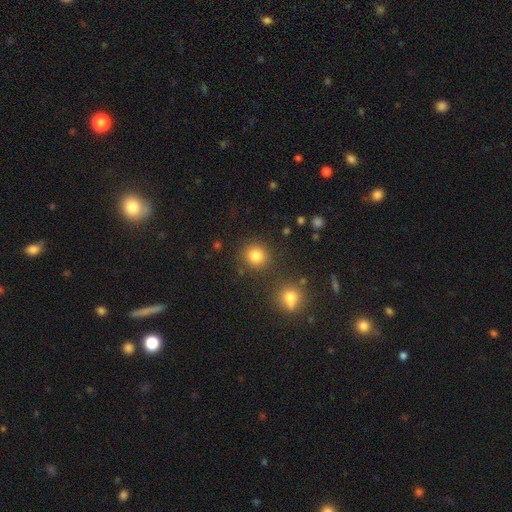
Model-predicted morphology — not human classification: smooth_or_featured: smooth (p=0.82) [alt: star or artifact p=0.13]
how_rounded: round (p=0.90) [alt: in between p=0.09]
merging: none (p=0.84) [alt: minor disturbance p=0.07]